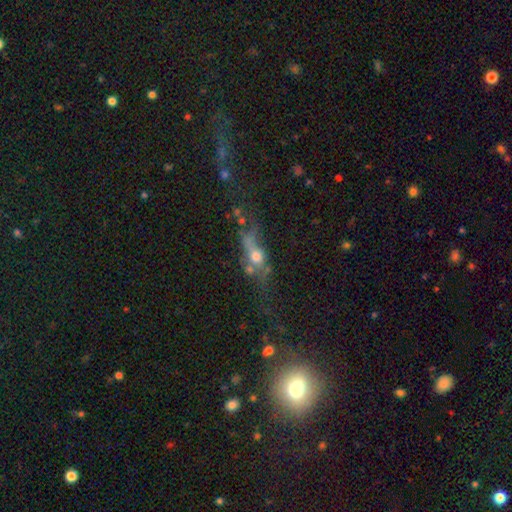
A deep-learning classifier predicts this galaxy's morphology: featured or disk 52%, smooth 25%, star or artifact 24%. Down the decision tree: edge-on disk — yes (53%); merging — none (41%).